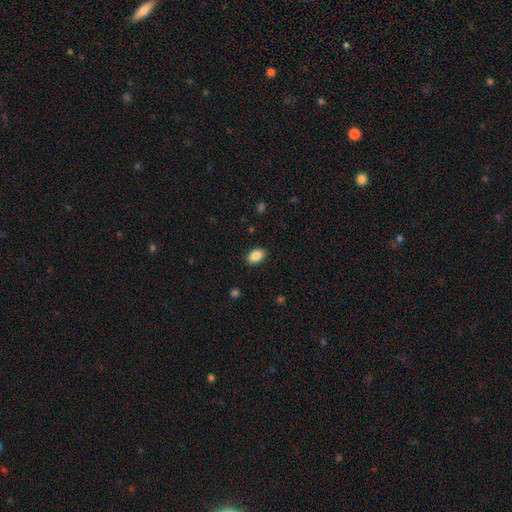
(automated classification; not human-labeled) This appears to be a smooth galaxy with no disk features (88%) that is in between round and cigar-shaped (85%). Merging: none (88%).